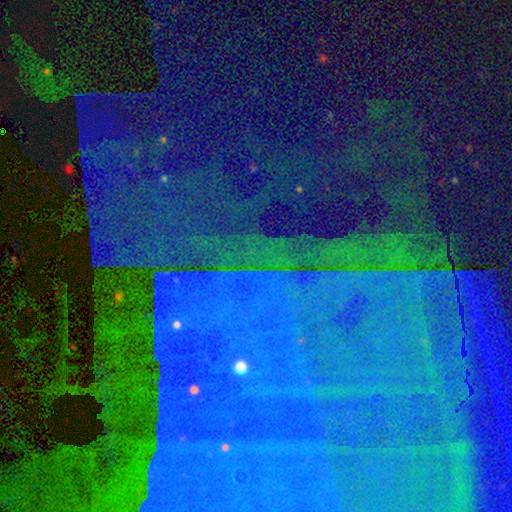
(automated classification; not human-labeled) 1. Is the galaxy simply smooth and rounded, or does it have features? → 87% star or artifact, 7% featured or disk, 6% smooth.